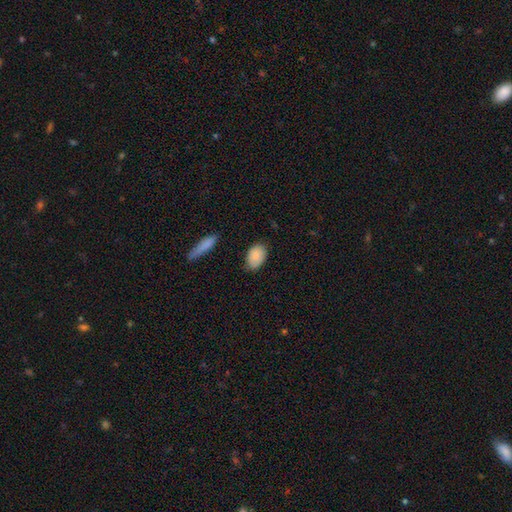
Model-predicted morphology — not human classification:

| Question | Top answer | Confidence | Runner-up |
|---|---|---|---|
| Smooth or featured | smooth | 87% | star or artifact (7%) |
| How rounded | in between | 89% | round (10%) |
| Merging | none | 79% | minor disturbance (16%) |